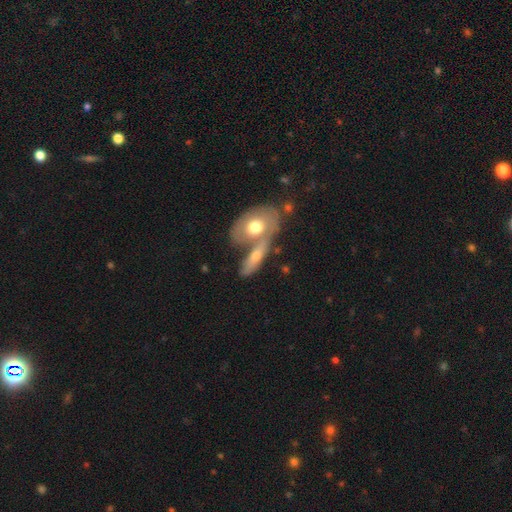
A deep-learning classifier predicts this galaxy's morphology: smooth 47%, featured or disk 45%, star or artifact 7%. Down the decision tree: merging — merger (49%).